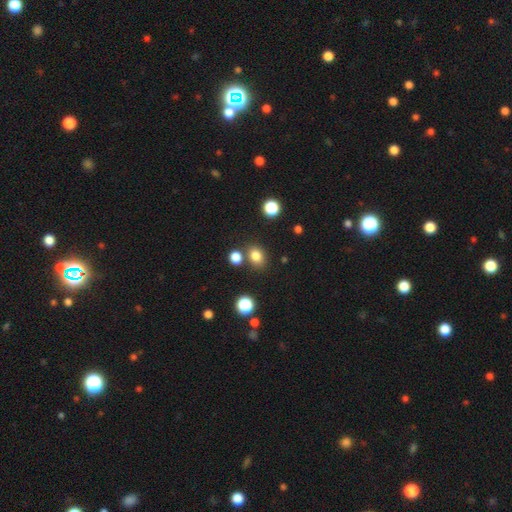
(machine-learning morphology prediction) A smooth galaxy with no disk features (81%) that is in between round and cigar-shaped (51%). Merging: none (74%).